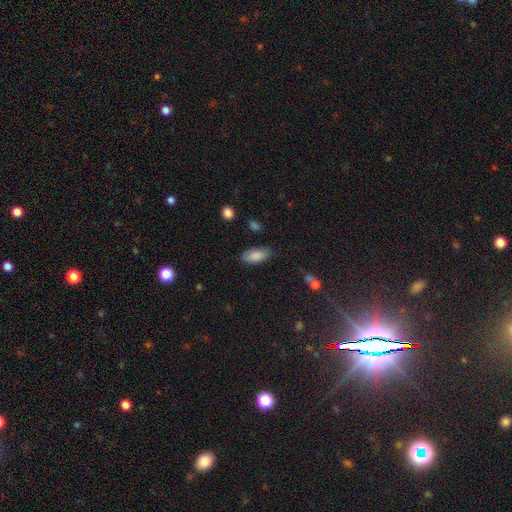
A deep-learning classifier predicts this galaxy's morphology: Q: Smooth or featured?
A: smooth (87%); runner-up: featured or disk (7%)
Q: How rounded?
A: in between (89%); runner-up: cigar-shaped (9%)
Q: Merging?
A: none (80%); runner-up: minor disturbance (15%)